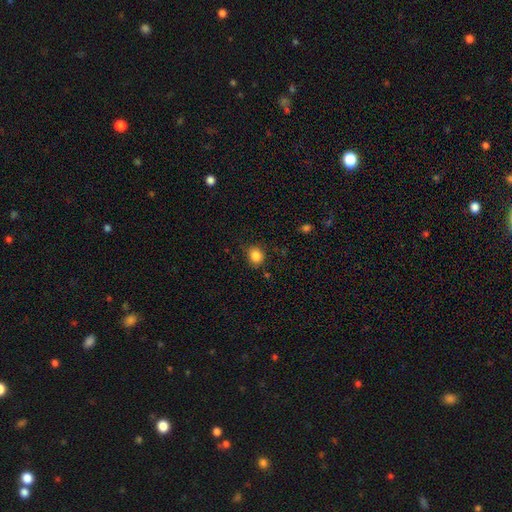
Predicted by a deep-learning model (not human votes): This appears to be a smooth galaxy with no disk features (85%) that is round (76%). Merging: none (81%).